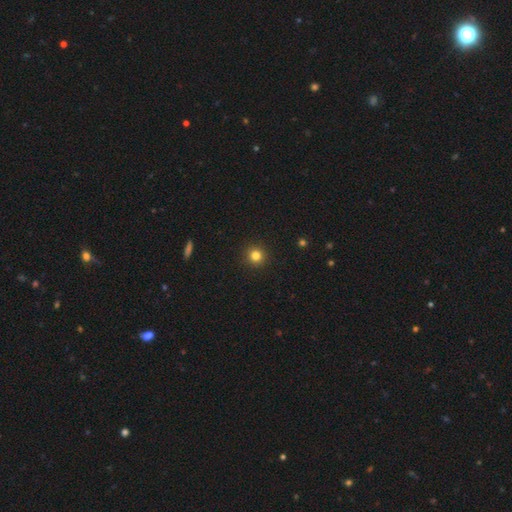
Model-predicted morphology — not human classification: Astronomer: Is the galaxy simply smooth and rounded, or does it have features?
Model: smooth — 82%.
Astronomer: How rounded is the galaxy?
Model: round — 95%.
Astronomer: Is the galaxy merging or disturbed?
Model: none — 93%.